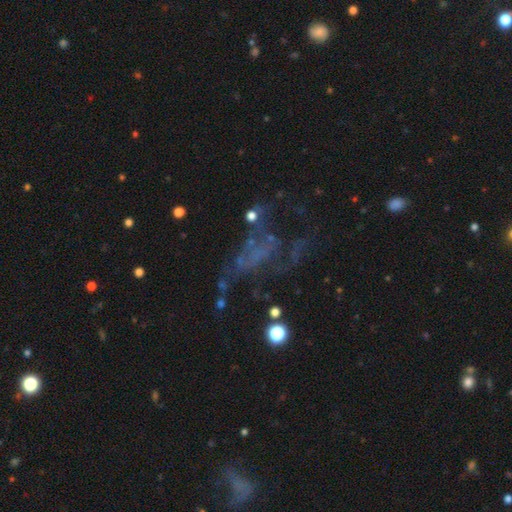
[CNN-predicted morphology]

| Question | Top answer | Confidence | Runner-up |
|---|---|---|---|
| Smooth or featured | featured or disk | 49% | star or artifact (29%) |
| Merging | major disturbance | 41% | none (34%) |